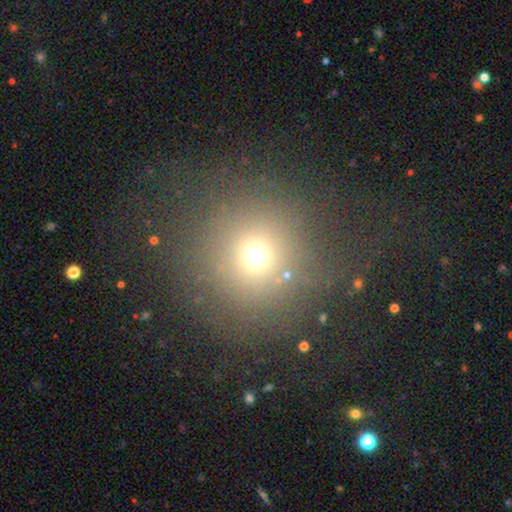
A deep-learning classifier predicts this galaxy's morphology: This appears to be a smooth galaxy with no disk features (66%) that is round (94%). Merging: none (79%).